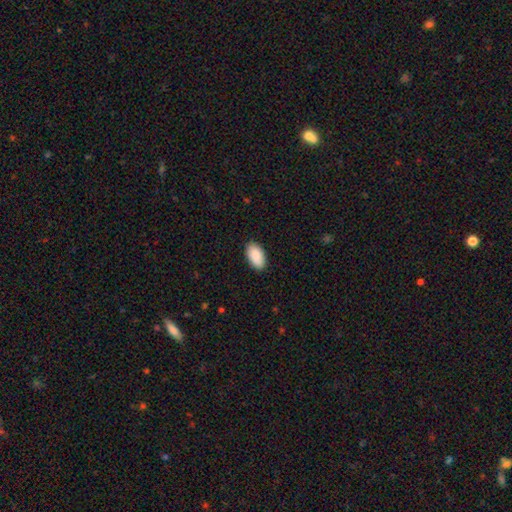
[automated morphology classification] A smooth galaxy with no disk features (90%) that is in between round and cigar-shaped (96%).

Vote fractions:
- Smooth or featured? smooth: 90% / star or artifact: 6% / featured or disk: 4%
- How rounded? in between: 96% / round: 3% / cigar-shaped: 2%
- Merging? none: 89% / minor disturbance: 9% / major disturbance: 2% / merger: 1%